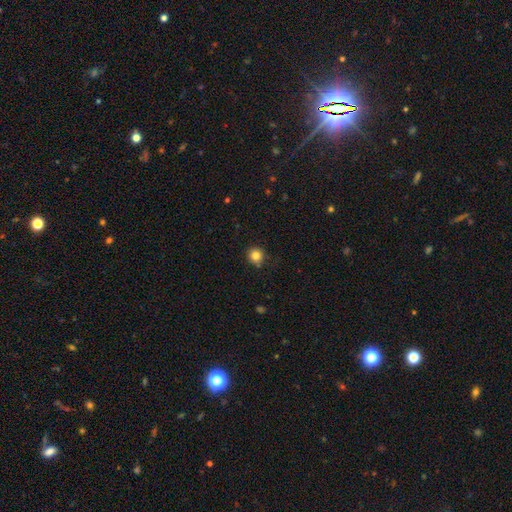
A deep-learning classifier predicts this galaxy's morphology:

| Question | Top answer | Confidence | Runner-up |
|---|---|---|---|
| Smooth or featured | smooth | 83% | star or artifact (12%) |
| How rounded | round | 93% | in between (6%) |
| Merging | none | 88% | minor disturbance (9%) |